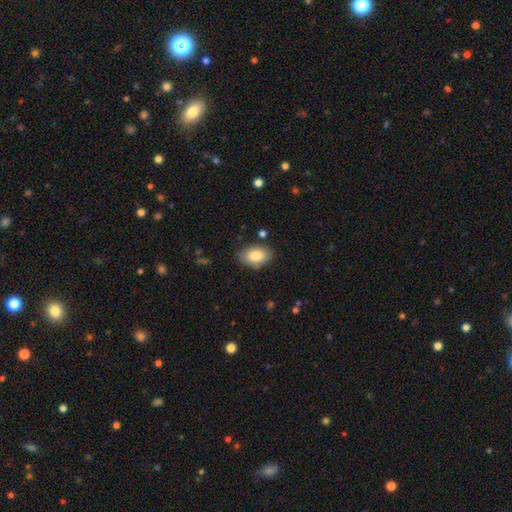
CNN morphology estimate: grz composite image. It shows a smooth galaxy with no disk features (84%) that is in between round and cigar-shaped (89%). Merging: none (79%).